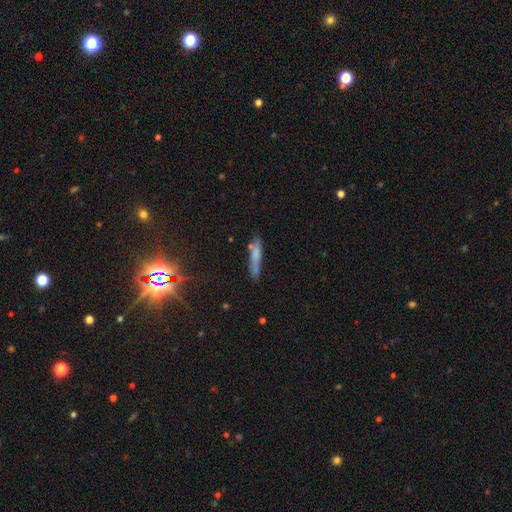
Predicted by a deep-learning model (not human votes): Q: Smooth or featured?
A: smooth (68%); runner-up: featured or disk (23%)
Q: How rounded?
A: cigar-shaped (87%); runner-up: in between (11%)
Q: Merging?
A: none (70%); runner-up: minor disturbance (19%)